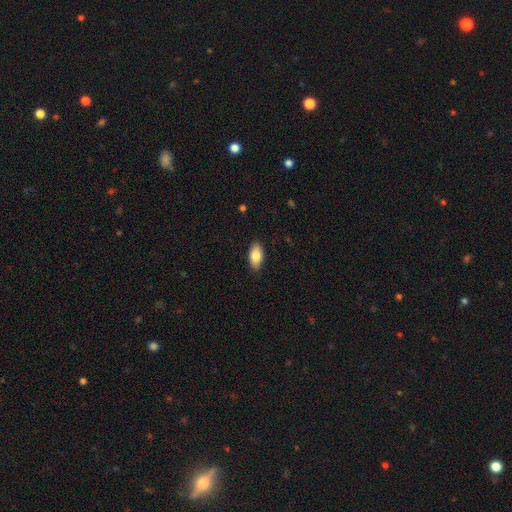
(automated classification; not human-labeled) smooth_or_featured: smooth (p=0.81) [alt: featured or disk p=0.12]
how_rounded: in between (p=0.91) [alt: cigar-shaped p=0.07]
merging: none (p=0.89) [alt: minor disturbance p=0.08]